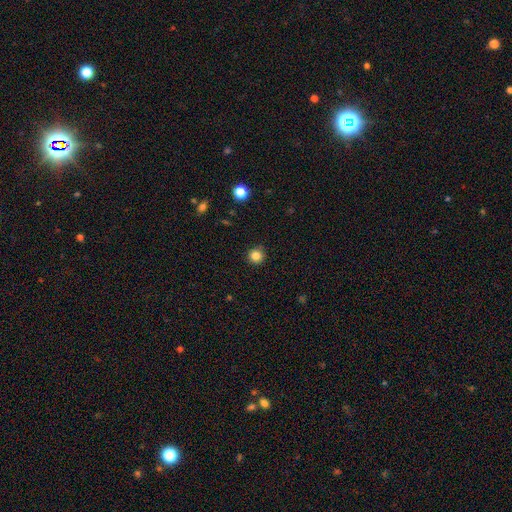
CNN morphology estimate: This is clearly a smooth galaxy (84%). How rounded: clearly round (94%). Merging: clearly none (90%).